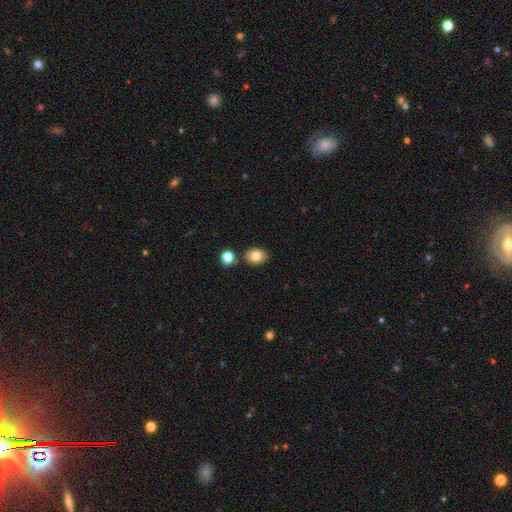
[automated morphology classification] Smooth or featured? smooth (80%)
How rounded? in between (58%)
Merging? none (82%)